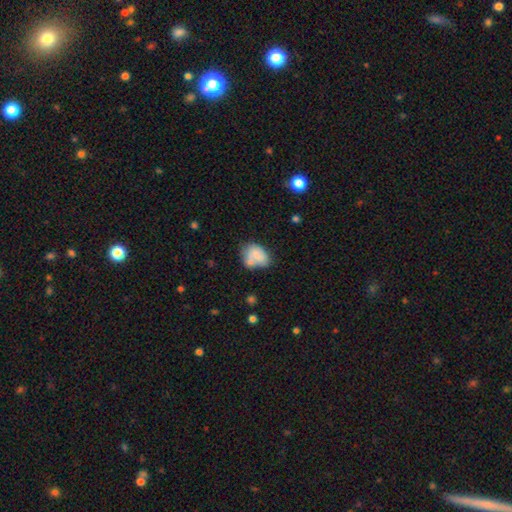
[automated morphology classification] A smooth galaxy with no disk features (68%) that is in between round and cigar-shaped (71%). Merging: none (38%).